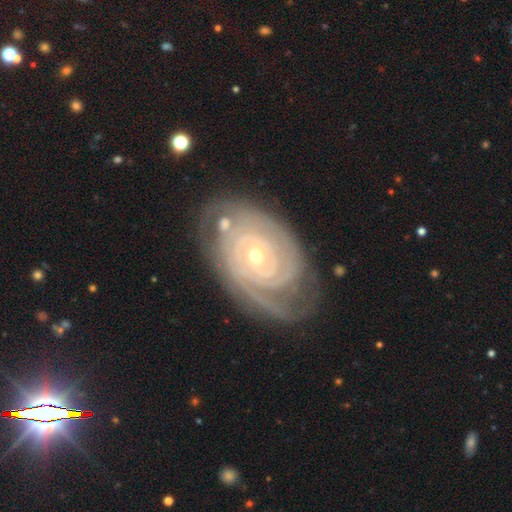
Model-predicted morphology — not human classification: type=featured or disk (89%); edge-on=no (96%); bar=no (70%); spiral arms=yes (97%); winding=tight (84%); arm count=can't tell (28%); bulge=small (60%); merging=none (71%).